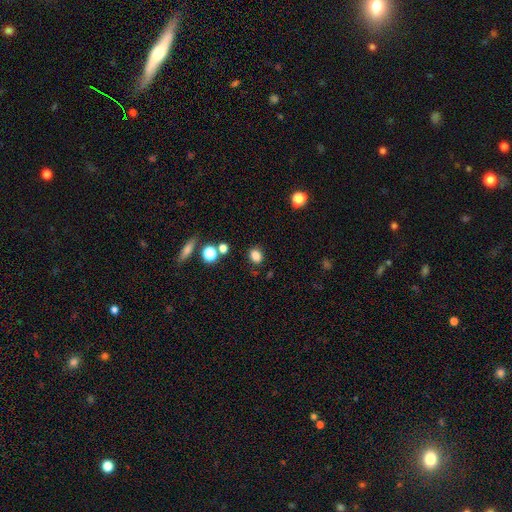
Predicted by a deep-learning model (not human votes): smooth 82%, star or artifact 13%, featured or disk 5%. Down the decision tree: how rounded — in between (52%); merging — none (81%).